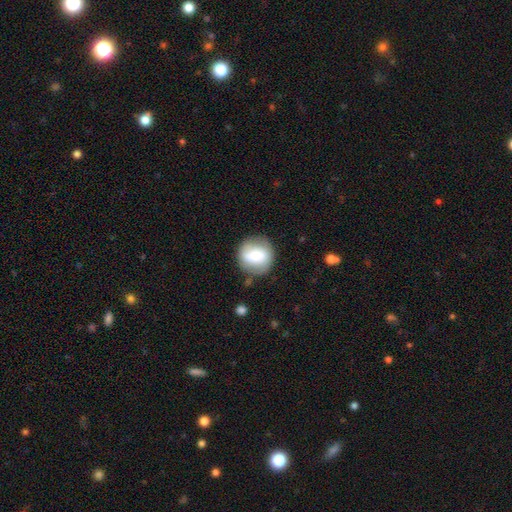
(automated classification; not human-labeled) smooth 62%, featured or disk 30%, star or artifact 8%. Down the decision tree: how rounded — round (89%); merging — none (79%).